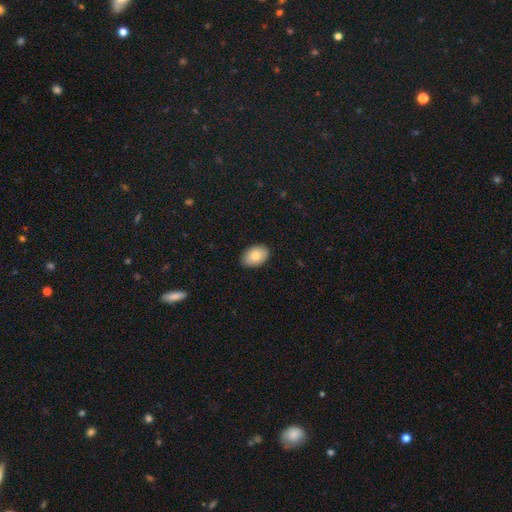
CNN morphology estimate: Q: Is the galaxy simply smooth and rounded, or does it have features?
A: smooth — 83%.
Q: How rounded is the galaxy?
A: in between — 88%.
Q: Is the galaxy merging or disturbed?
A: none — 87%.